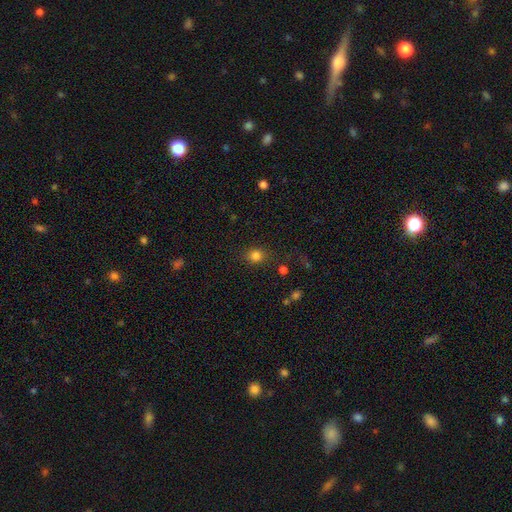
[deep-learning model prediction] smooth 81%, star or artifact 14%, featured or disk 5%. Down the decision tree: how rounded — round (77%); merging — none (83%).